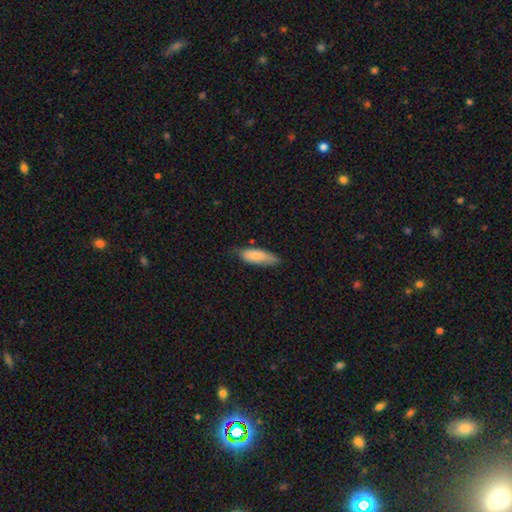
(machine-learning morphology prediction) A smooth galaxy with no disk features (83%) that is in between round and cigar-shaped (62%).

Vote fractions:
- Smooth or featured? smooth: 83% / featured or disk: 11% / star or artifact: 6%
- How rounded? in between: 62% / cigar-shaped: 37% / round: 2%
- Merging? none: 62% / minor disturbance: 31% / major disturbance: 5% / merger: 2%